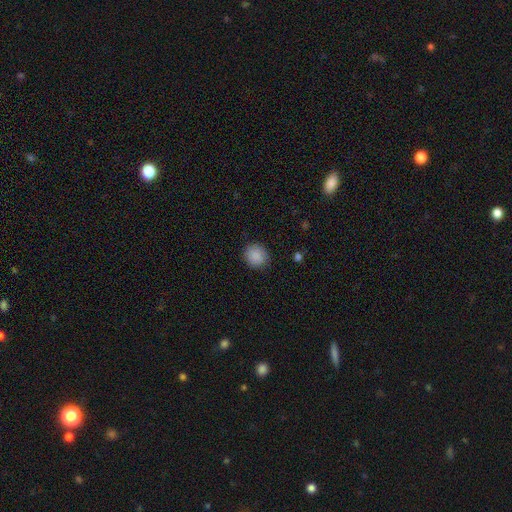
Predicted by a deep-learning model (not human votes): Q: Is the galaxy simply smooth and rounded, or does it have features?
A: smooth — 88%.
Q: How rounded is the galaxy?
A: round — 83%.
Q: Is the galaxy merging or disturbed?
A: none — 87%.